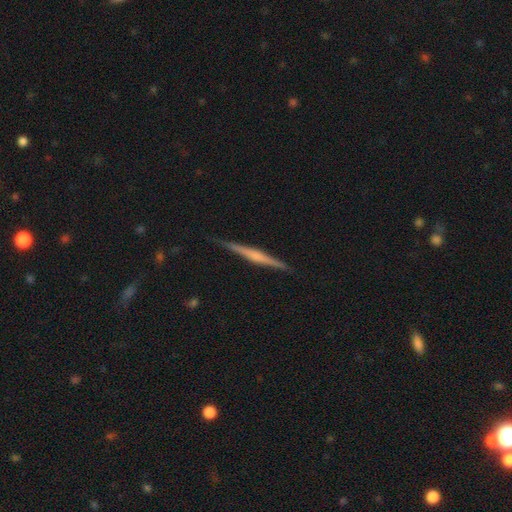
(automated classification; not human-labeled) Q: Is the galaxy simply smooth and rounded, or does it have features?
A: featured or disk — 70%.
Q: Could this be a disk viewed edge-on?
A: yes — 98%.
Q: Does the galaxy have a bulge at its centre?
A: rounded — 46%.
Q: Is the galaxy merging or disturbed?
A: none — 89%.